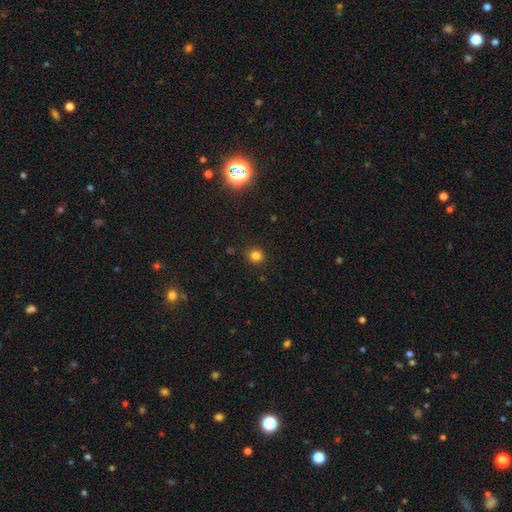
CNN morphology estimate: Q: Smooth or featured?
A: smooth (80%); runner-up: star or artifact (15%)
Q: How rounded?
A: round (89%); runner-up: in between (10%)
Q: Merging?
A: none (89%); runner-up: minor disturbance (7%)